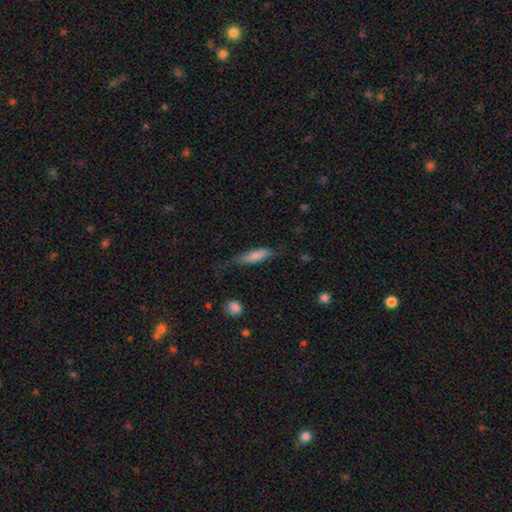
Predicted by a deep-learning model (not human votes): Smooth or featured: smooth — 78% (featured or disk — 16%)
How rounded: cigar-shaped — 61% (in between — 37%)
Merging: none — 60% (minor disturbance — 28%)